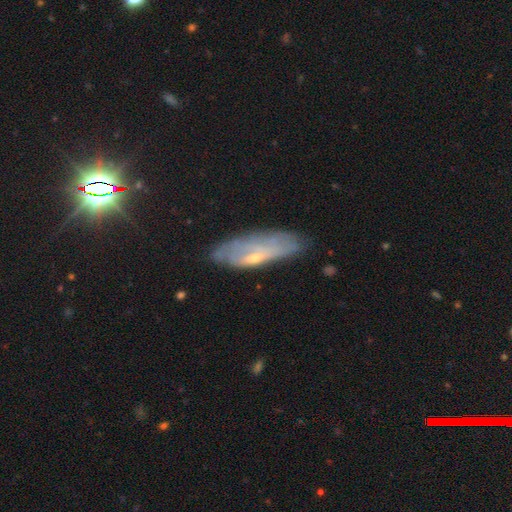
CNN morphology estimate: Smooth or featured? Predicted: featured or disk (p=0.56). Edge-on disk? Predicted: no (p=0.67). Merging? Predicted: none (p=0.65).